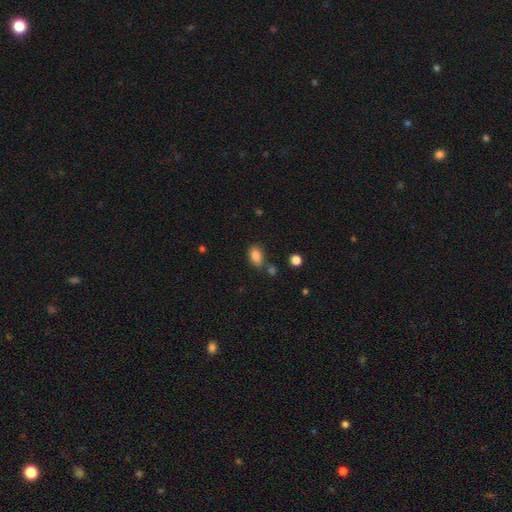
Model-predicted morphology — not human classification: smooth_or_featured: smooth (p=0.85) [alt: star or artifact p=0.09]
how_rounded: in between (p=0.87) [alt: round p=0.11]
merging: none (p=0.70) [alt: minor disturbance p=0.16]